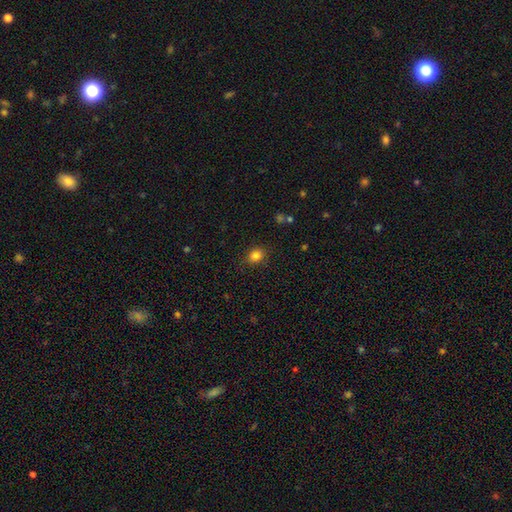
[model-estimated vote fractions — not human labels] smooth 83%, star or artifact 12%, featured or disk 6%. Down the decision tree: how rounded — round (57%); merging — none (83%).